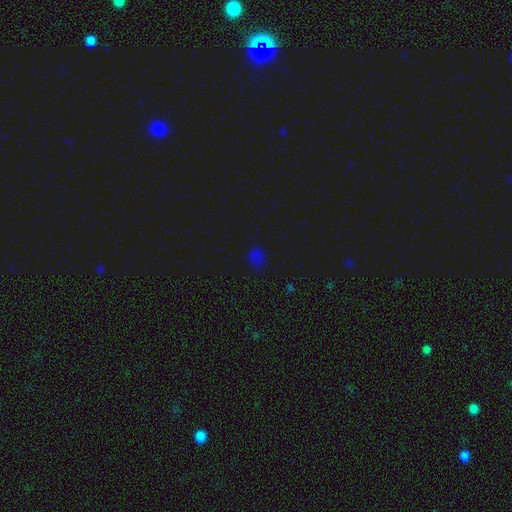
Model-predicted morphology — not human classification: Smooth or featured: smooth — 57% (star or artifact — 37%)
How rounded: round — 64% (in between — 35%)
Merging: none — 73% (minor disturbance — 17%)